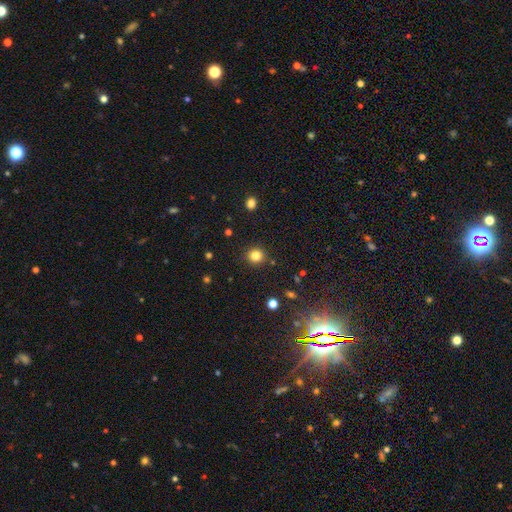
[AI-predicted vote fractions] The model was most divided on "smooth or featured": smooth: 81%, star or artifact: 14%, featured or disk: 5%. More confident: how rounded — round (90%); merging — none (89%).